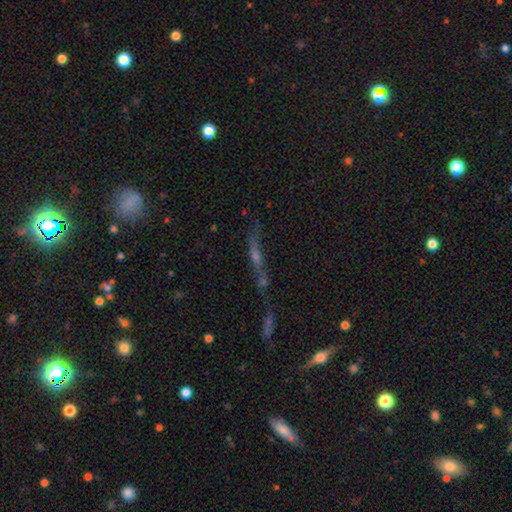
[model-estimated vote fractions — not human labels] A featured or disk galaxy (48%). Merging: none (40%).